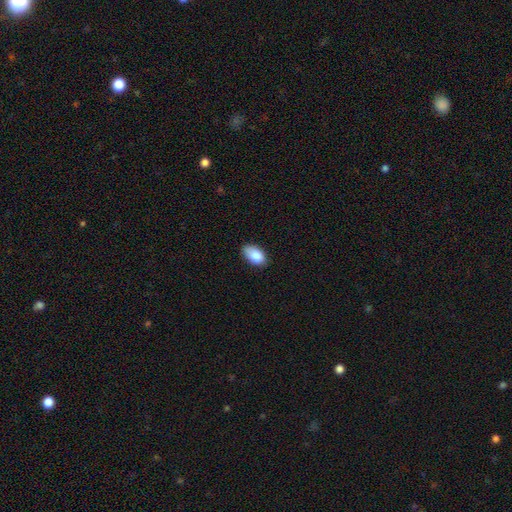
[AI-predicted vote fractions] The model was most divided on "merging": none: 69%, minor disturbance: 26%, major disturbance: 4%, merger: 1%. More confident: how rounded — in between (93%); smooth or featured — smooth (86%).